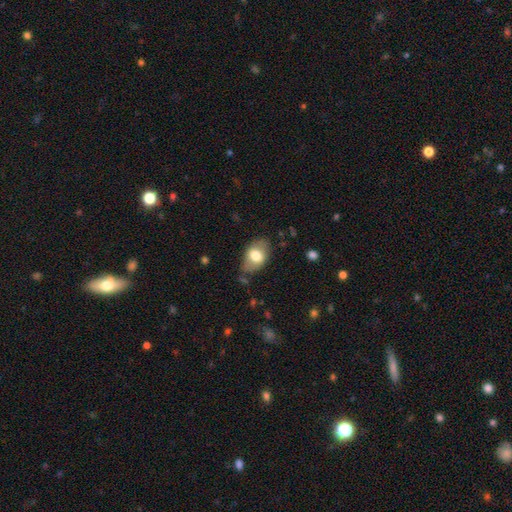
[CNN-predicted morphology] smooth_or_featured: smooth (p=0.70) [alt: featured or disk p=0.23]
how_rounded: in between (p=0.87) [alt: round p=0.12]
merging: none (p=0.73) [alt: minor disturbance p=0.19]